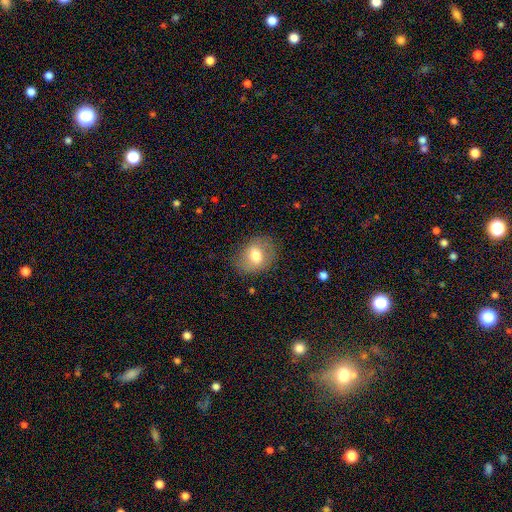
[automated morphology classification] Smooth or featured: smooth — 65% (featured or disk — 27%)
How rounded: in between — 55% (round — 43%)
Merging: none — 76% (minor disturbance — 16%)